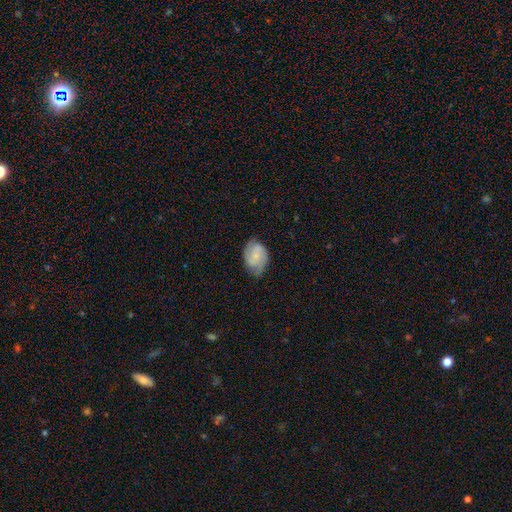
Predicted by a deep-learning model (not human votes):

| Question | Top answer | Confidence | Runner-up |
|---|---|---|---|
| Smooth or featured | smooth | 53% | featured or disk (40%) |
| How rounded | in between | 79% | round (19%) |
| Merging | none | 63% | minor disturbance (29%) |